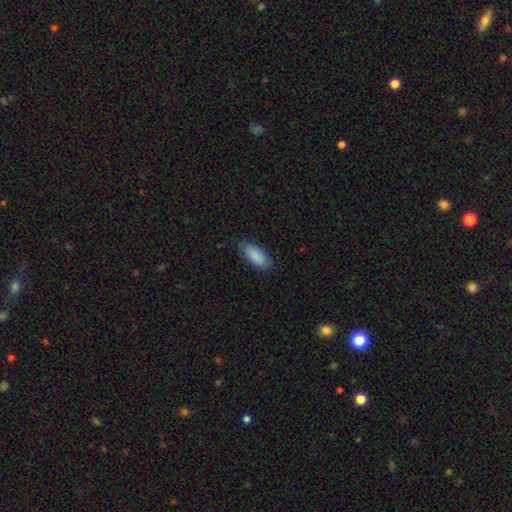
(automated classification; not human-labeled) Morphology: type=smooth (89%); roundness=in between (85%); merging=none (82%).